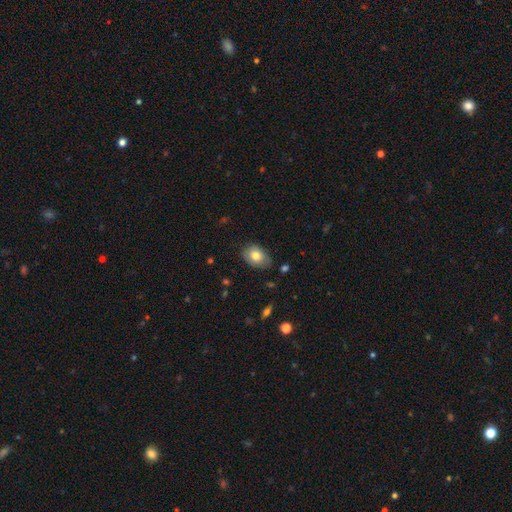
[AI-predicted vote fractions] Smooth or featured? smooth (77%)
How rounded? in between (79%)
Merging? none (78%)